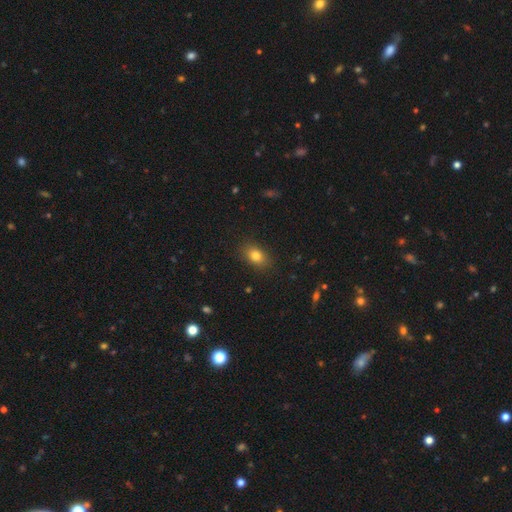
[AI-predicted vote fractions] A smooth galaxy with no disk features (81%) that is in between round and cigar-shaped (79%).

Vote fractions:
- Smooth or featured? smooth: 81% / star or artifact: 11% / featured or disk: 8%
- How rounded? in between: 79% / round: 18% / cigar-shaped: 2%
- Merging? none: 86% / minor disturbance: 10% / major disturbance: 3% / merger: 1%